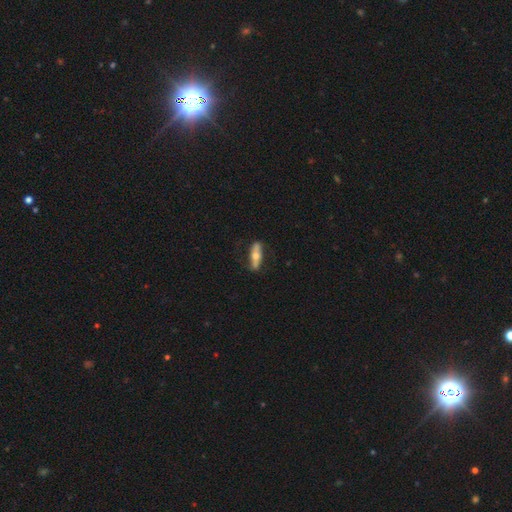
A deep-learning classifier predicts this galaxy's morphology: Smooth or featured: smooth — 49% (featured or disk — 45%)
Merging: none — 77% (minor disturbance — 16%)